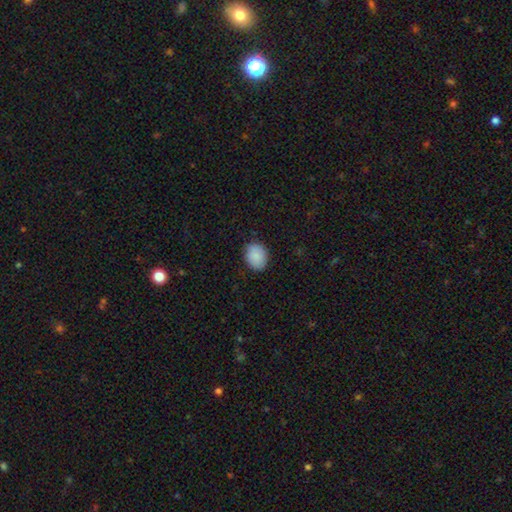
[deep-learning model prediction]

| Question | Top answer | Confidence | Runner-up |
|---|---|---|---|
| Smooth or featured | smooth | 89% | star or artifact (7%) |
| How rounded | in between | 54% | round (45%) |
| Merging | none | 85% | minor disturbance (11%) |